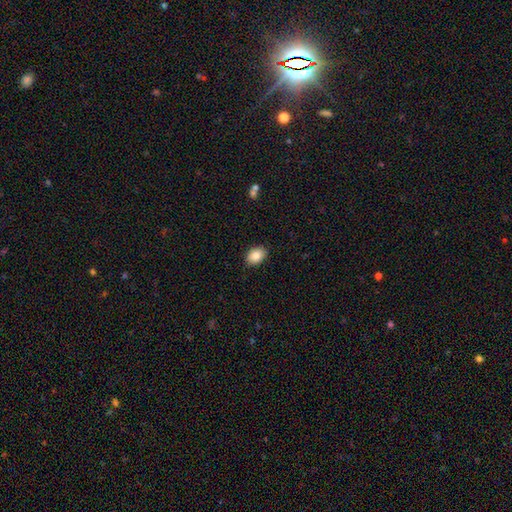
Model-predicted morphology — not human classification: This appears to be a smooth galaxy with no disk features (86%) that is in between round and cigar-shaped (80%). Merging: none (88%).